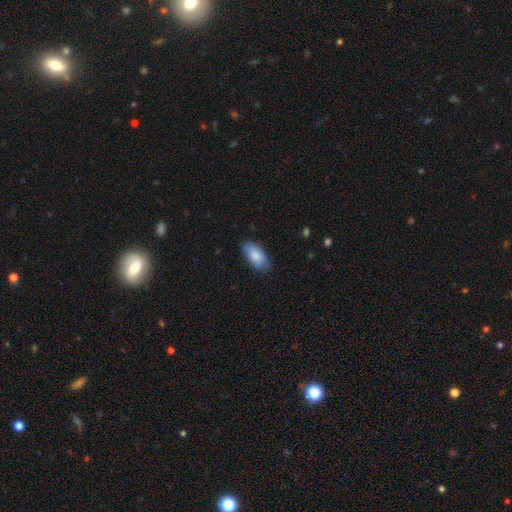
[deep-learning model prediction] Overall: smooth (84%). How rounded: in between (92%). Merging: none (79%).